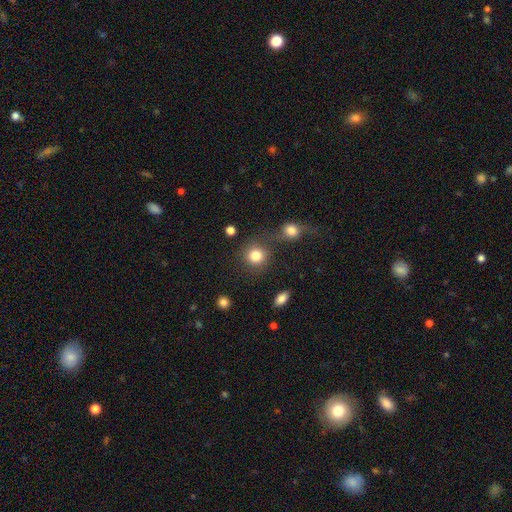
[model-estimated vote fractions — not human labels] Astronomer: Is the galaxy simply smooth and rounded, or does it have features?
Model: smooth — 83%.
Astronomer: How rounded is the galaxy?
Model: round — 88%.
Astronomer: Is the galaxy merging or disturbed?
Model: none — 67%.